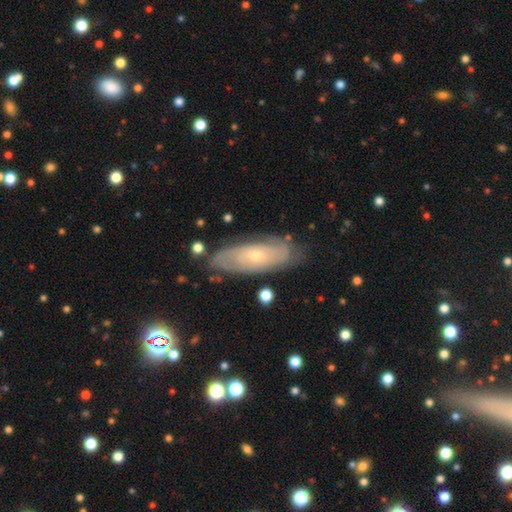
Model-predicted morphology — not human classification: Smooth or featured: featured or disk — 65% (smooth — 28%)
Edge-on disk: no — 81% (yes — 19%)
Bar: no — 80% (weak — 16%)
Spiral arms: yes — 77% (no — 23%)
Bulge size: small — 71% (moderate — 25%)
Merging: none — 78% (minor disturbance — 16%)